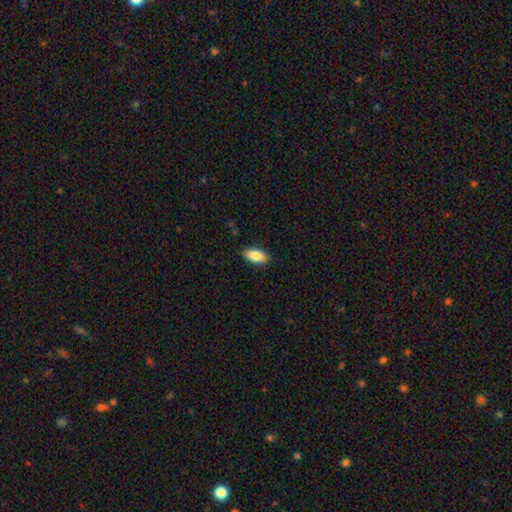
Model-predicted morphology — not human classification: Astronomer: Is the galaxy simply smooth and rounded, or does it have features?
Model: smooth — 84%.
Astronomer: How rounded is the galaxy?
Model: in between — 90%.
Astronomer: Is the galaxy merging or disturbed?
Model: none — 87%.